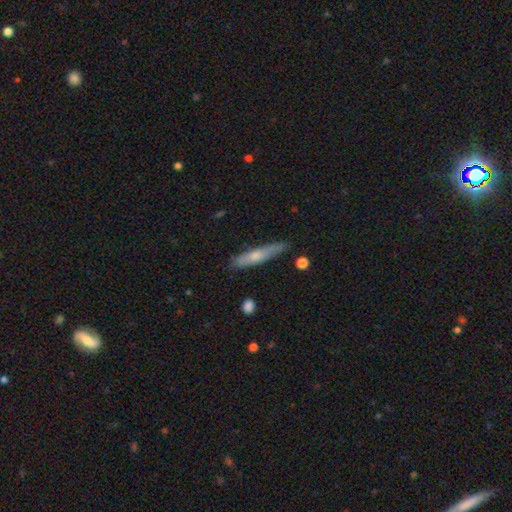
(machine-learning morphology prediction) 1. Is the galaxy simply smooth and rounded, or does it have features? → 58% smooth, 36% featured or disk, 6% star or artifact.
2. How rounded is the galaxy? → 89% cigar-shaped, 10% in between, 2% round.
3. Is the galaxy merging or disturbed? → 80% none, 15% minor disturbance, 3% major disturbance, 2% merger.